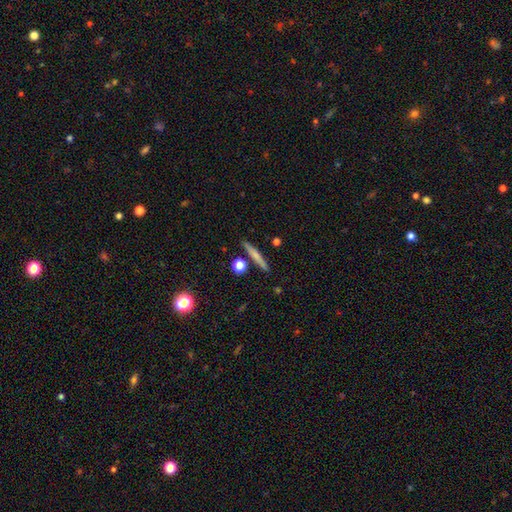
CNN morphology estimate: This is likely a smooth galaxy (62%). How rounded: clearly cigar-shaped (92%). Merging: clearly none (86%).